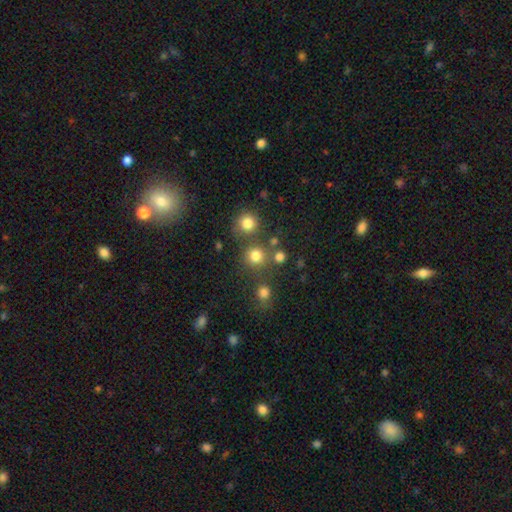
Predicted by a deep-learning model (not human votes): Smooth or featured? smooth (80%)
How rounded? round (92%)
Merging? none (72%)